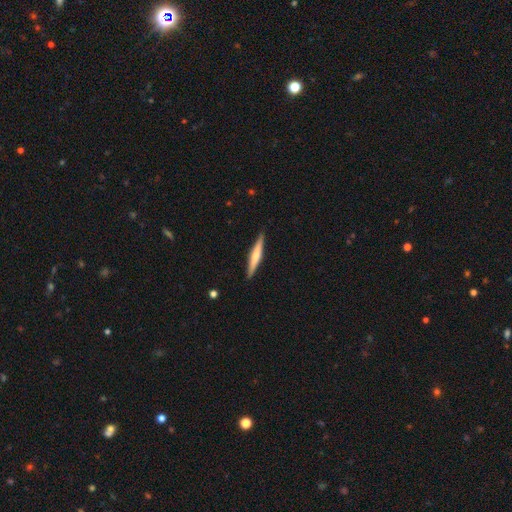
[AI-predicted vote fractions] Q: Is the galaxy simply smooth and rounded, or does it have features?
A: featured or disk — 50%.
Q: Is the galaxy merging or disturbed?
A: none — 91%.